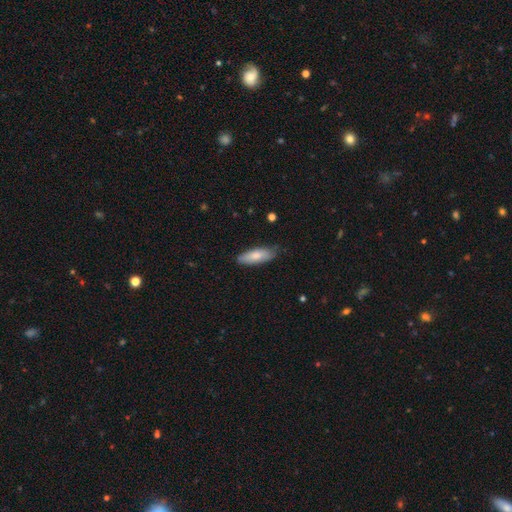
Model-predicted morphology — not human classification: smooth 81%, featured or disk 14%, star or artifact 6%. Down the decision tree: how rounded — in between (63%); merging — none (78%).